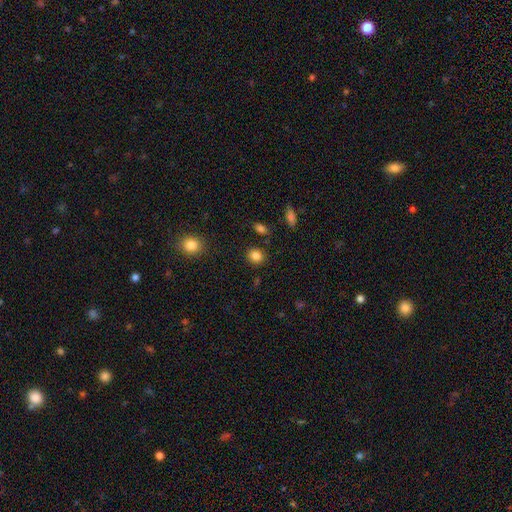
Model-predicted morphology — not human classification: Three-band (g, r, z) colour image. It shows a smooth galaxy with no disk features (84%) that is round (77%). Merging: none (87%).